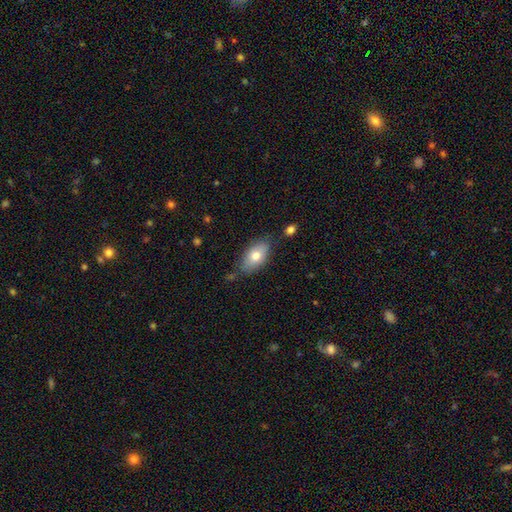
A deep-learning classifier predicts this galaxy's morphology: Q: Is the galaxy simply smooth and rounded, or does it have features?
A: smooth — 75%.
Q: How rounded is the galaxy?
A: in between — 92%.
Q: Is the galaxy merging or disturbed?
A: none — 74%.